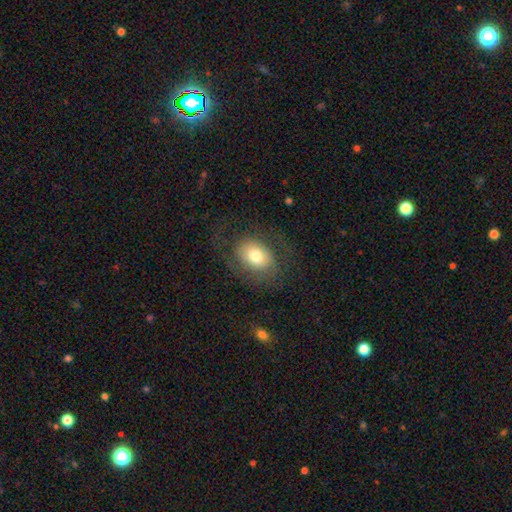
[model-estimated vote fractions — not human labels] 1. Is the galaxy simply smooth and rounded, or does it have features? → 61% smooth, 31% featured or disk, 9% star or artifact.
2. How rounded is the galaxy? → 67% in between, 32% round, 1% cigar-shaped.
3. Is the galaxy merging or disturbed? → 65% none, 17% major disturbance, 16% minor disturbance, 1% merger.